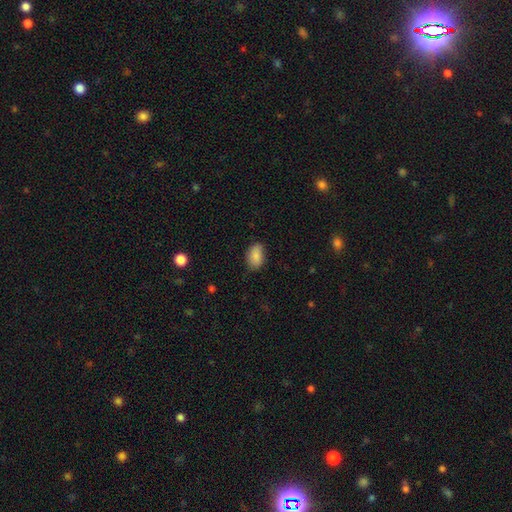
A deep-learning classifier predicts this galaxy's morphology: A smooth galaxy with no disk features (87%) that is in between round and cigar-shaped (90%). Merging: none (79%).